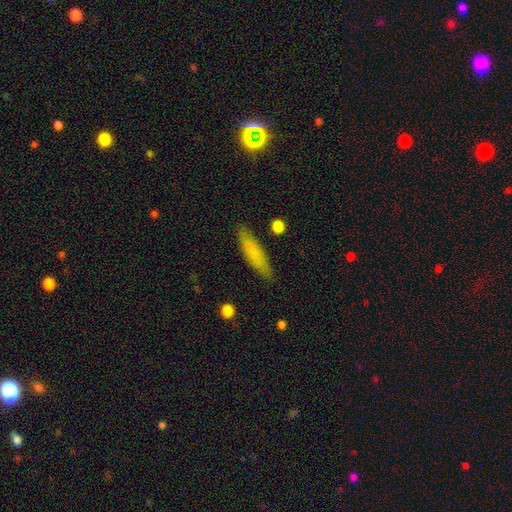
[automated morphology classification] A smooth galaxy with no disk features (78%) that is cigar-shaped (75%).

Vote fractions:
- Smooth or featured? smooth: 78% / featured or disk: 15% / star or artifact: 7%
- How rounded? cigar-shaped: 75% / in between: 23% / round: 2%
- Merging? none: 85% / minor disturbance: 11% / major disturbance: 2% / merger: 2%